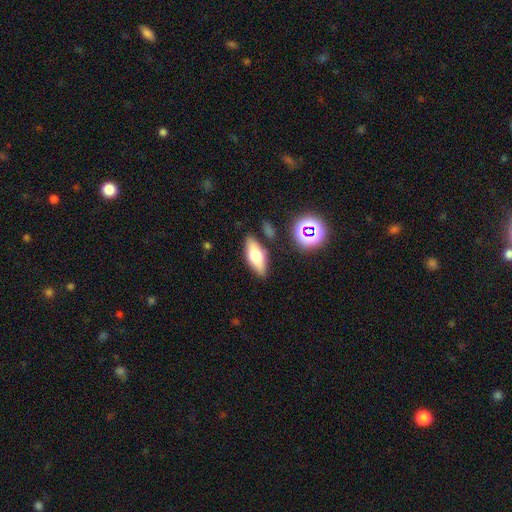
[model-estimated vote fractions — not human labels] Q: Smooth or featured?
A: smooth (59%); runner-up: featured or disk (31%)
Q: How rounded?
A: in between (71%); runner-up: cigar-shaped (25%)
Q: Merging?
A: none (82%); runner-up: minor disturbance (11%)